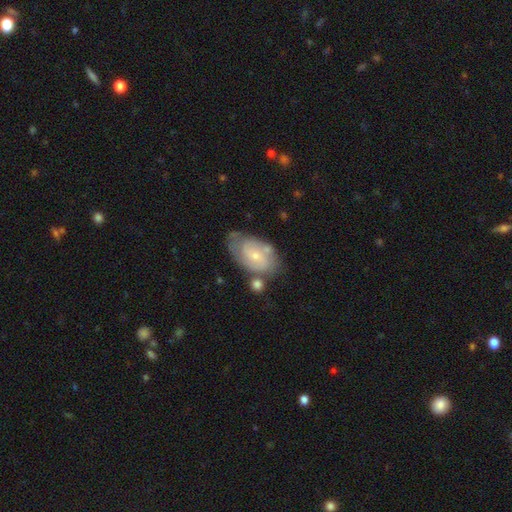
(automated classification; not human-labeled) This appears to be a featured or disk galaxy (63%) with no bar (64%), spiral arms (81%) and a small central bulge (68%). Merging: none (53%).